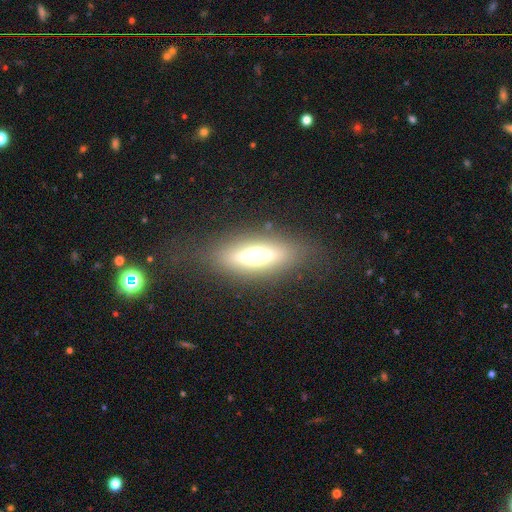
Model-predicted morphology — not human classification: smooth-or-featured: smooth: 46% | featured or disk: 43% | star or artifact: 11%
  merging: none: 80% | minor disturbance: 11% | major disturbance: 7% | merger: 2%